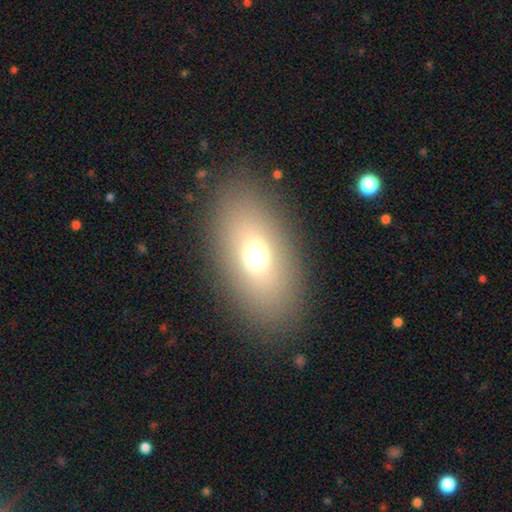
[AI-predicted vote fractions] Smooth or featured? Predicted: smooth (p=0.67). How rounded? Predicted: in between (p=0.88). Merging? Predicted: none (p=0.86).